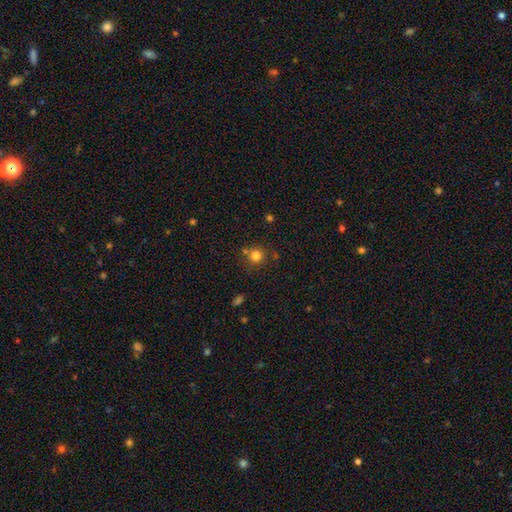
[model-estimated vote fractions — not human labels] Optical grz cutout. It shows a smooth galaxy with no disk features (80%) that is round (92%). Merging: none (74%).